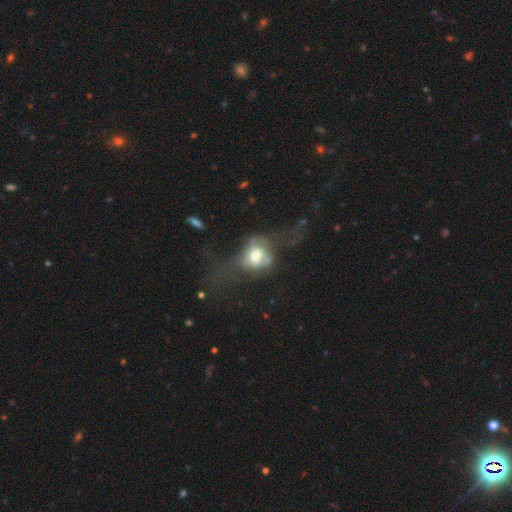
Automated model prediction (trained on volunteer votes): Q: Smooth or featured?
A: smooth (52%); runner-up: featured or disk (37%)
Q: How rounded?
A: in between (54%); runner-up: round (43%)
Q: Merging?
A: major disturbance (55%); runner-up: none (23%)